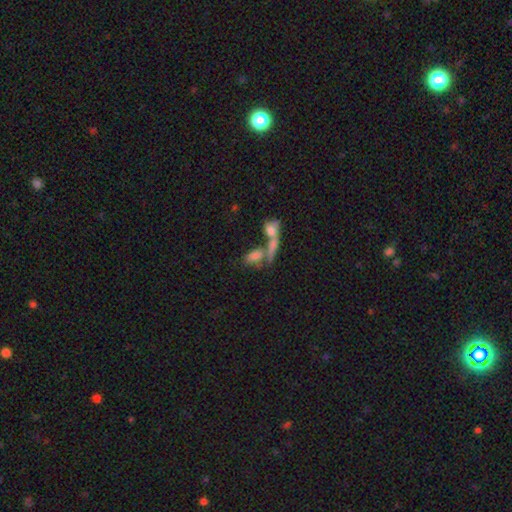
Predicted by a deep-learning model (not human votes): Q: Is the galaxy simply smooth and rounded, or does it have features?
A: smooth — 63%.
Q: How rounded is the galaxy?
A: in between — 72%.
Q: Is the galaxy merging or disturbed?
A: merger — 56%.